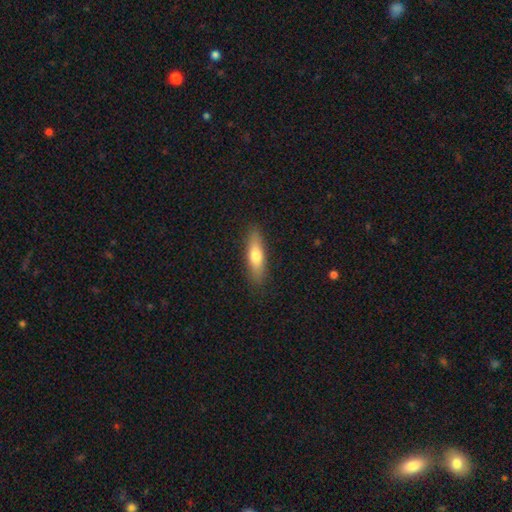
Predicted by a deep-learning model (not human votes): The model was most divided on "how rounded": cigar-shaped: 62%, in between: 36%, round: 2%. More confident: merging — none (87%); smooth or featured — smooth (69%).